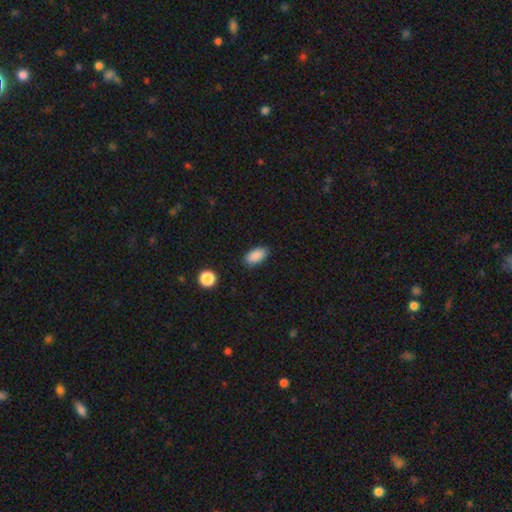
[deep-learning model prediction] smooth 89%, star or artifact 8%, featured or disk 3%. Down the decision tree: how rounded — in between (92%); merging — none (86%).